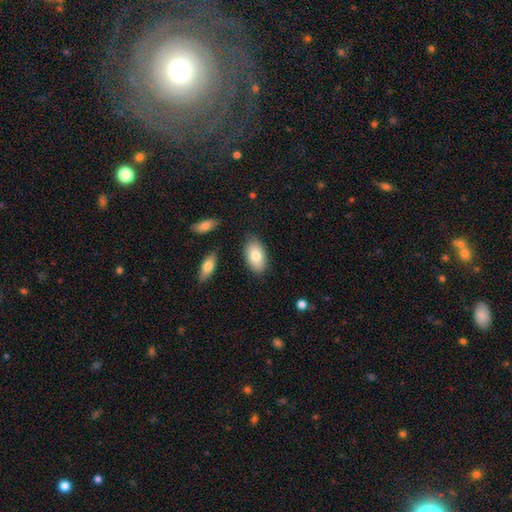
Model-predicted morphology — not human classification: Smooth or featured? smooth (79%)
How rounded? in between (94%)
Merging? none (83%)